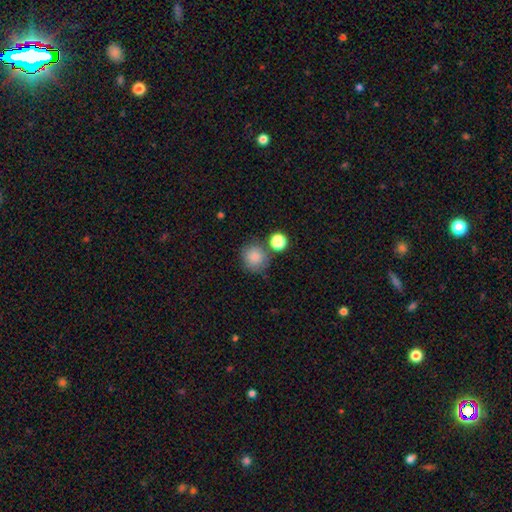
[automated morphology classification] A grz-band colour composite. It shows a smooth galaxy with no disk features (85%) that is round (89%). Merging: none (69%).